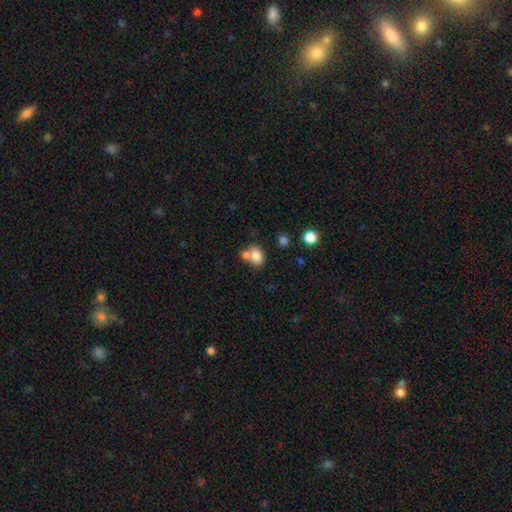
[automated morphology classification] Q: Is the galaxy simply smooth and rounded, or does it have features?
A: smooth — 80%.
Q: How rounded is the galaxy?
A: in between — 55%.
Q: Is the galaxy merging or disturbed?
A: none — 45%.